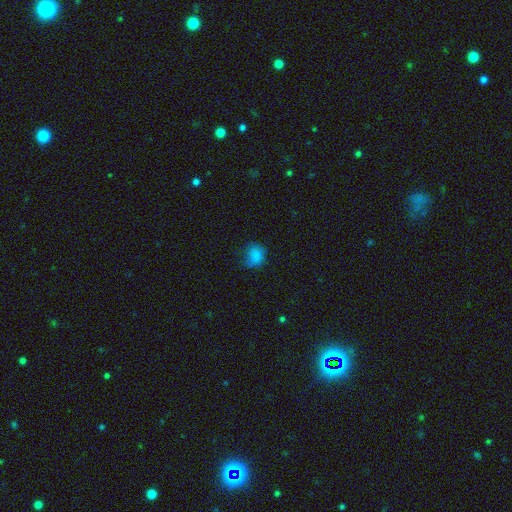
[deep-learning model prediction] The model was most divided on "merging": none: 54%, minor disturbance: 30%, major disturbance: 14%, merger: 2%. More confident: smooth or featured — smooth (80%); how rounded — round (62%).